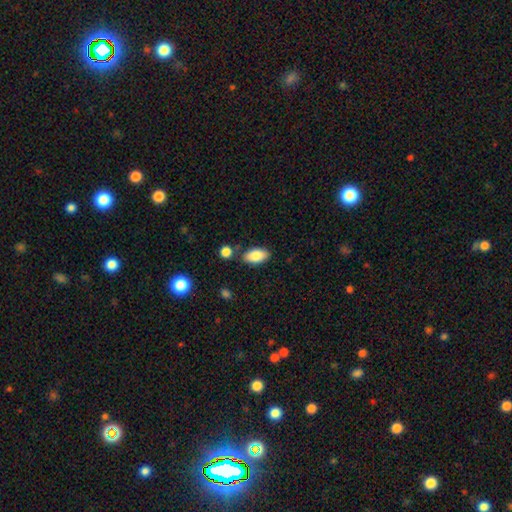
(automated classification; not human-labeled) This is clearly a smooth galaxy (84%). How rounded: clearly in between (93%). Merging: likely none (78%).